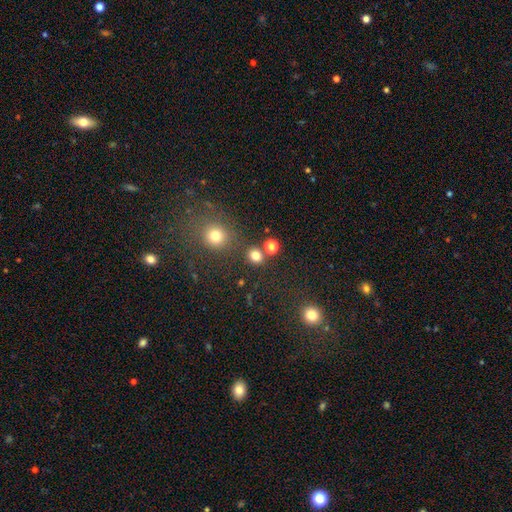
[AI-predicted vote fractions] Overall: smooth (79%). How rounded: round (77%). Merging: none (77%).